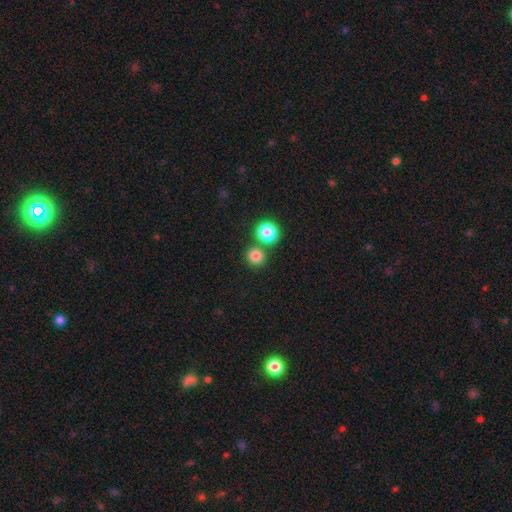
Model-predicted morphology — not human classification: Smooth or featured? Predicted: smooth (p=0.82). How rounded? Predicted: round (p=0.91). Merging? Predicted: none (p=0.75).